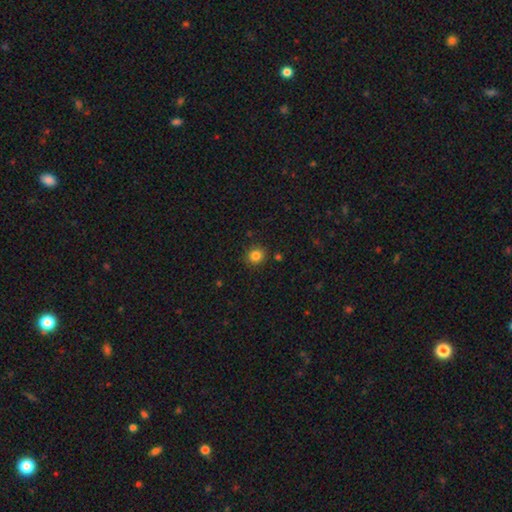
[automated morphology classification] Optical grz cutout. It shows a smooth galaxy with no disk features (84%) that is round (84%). Merging: none (88%).